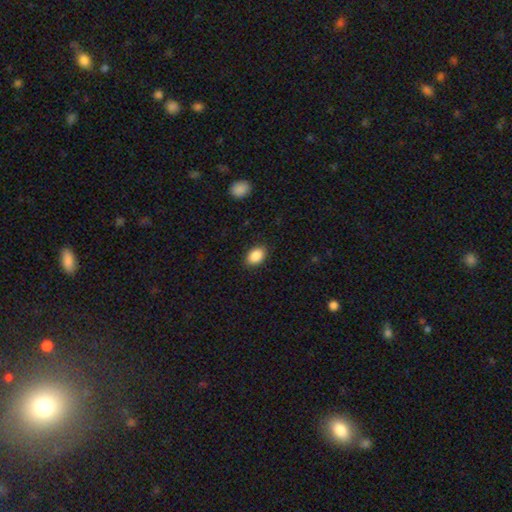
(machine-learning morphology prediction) This is clearly a smooth galaxy (89%). How rounded: clearly in between (83%). Merging: clearly none (88%).